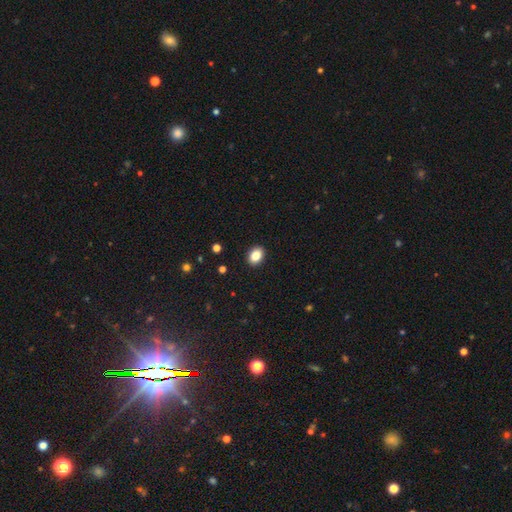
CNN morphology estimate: A smooth galaxy with no disk features (85%) that is in between round and cigar-shaped (73%).

Vote fractions:
- Smooth or featured? smooth: 85% / star or artifact: 9% / featured or disk: 6%
- How rounded? in between: 73% / round: 26% / cigar-shaped: 1%
- Merging? none: 91% / minor disturbance: 6% / major disturbance: 2% / merger: 1%